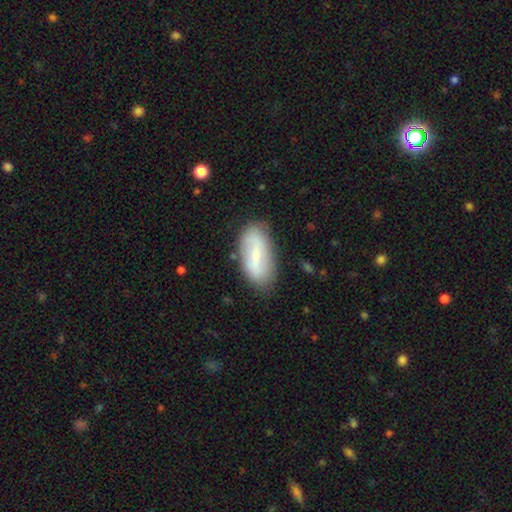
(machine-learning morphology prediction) type=smooth (54%); roundness=in between (87%); merging=none (77%).